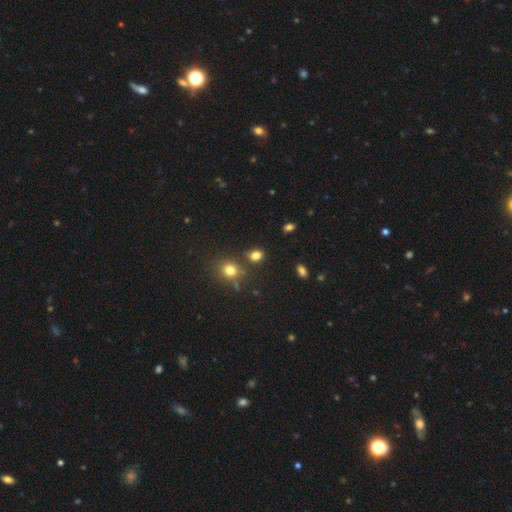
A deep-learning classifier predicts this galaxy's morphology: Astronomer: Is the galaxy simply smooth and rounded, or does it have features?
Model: smooth — 78%.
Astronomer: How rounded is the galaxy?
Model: in between — 50% (runner-up: round, 49%).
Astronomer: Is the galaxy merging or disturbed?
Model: none — 73%.